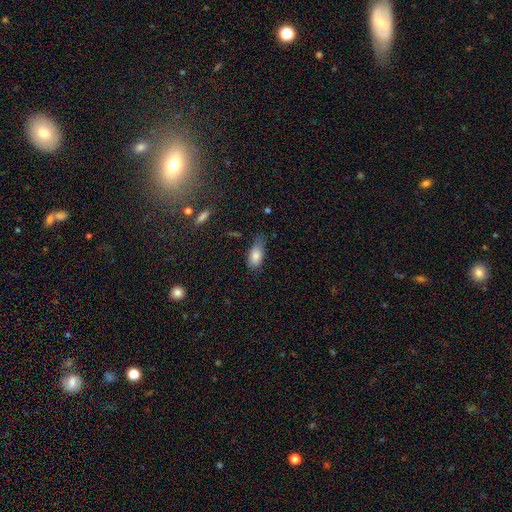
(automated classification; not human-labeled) smooth-or-featured: smooth: 82% | featured or disk: 10% | star or artifact: 8%
  how-rounded: in between: 88% | cigar-shaped: 7% | round: 5%
  merging: none: 51% | minor disturbance: 36% | major disturbance: 11% | merger: 3%